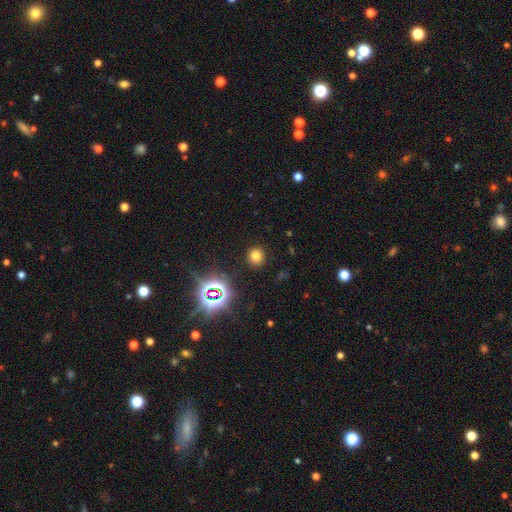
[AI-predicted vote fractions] Overall: smooth (69%). How rounded: round (84%). Merging: none (89%).